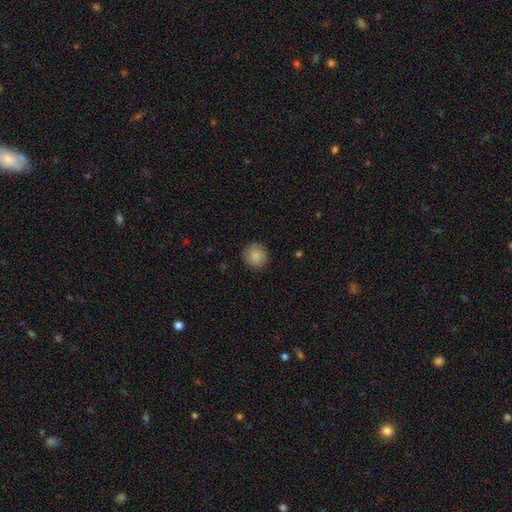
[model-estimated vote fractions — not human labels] Smooth or featured? smooth (87%)
How rounded? round (93%)
Merging? none (88%)